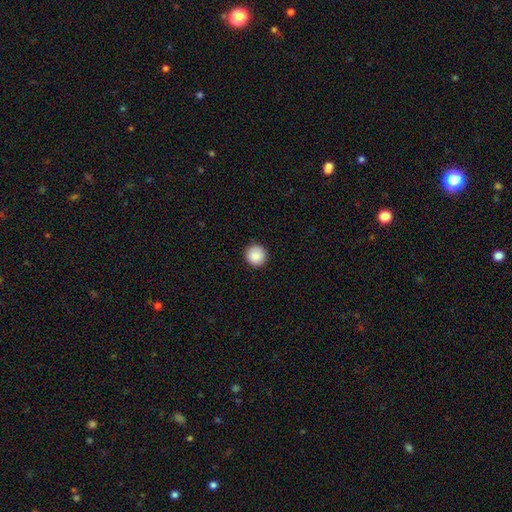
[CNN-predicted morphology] This is clearly a smooth galaxy (89%). How rounded: clearly round (95%). Merging: clearly none (93%).